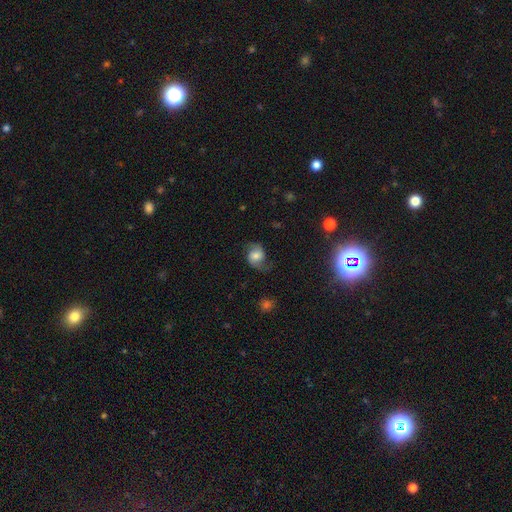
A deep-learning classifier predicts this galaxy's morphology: A featured or disk galaxy (65%) with no bar (58%), 2 (87%) loose (47%) spiral arms (93%) and a moderate central bulge (52%). Merging: none (66%).